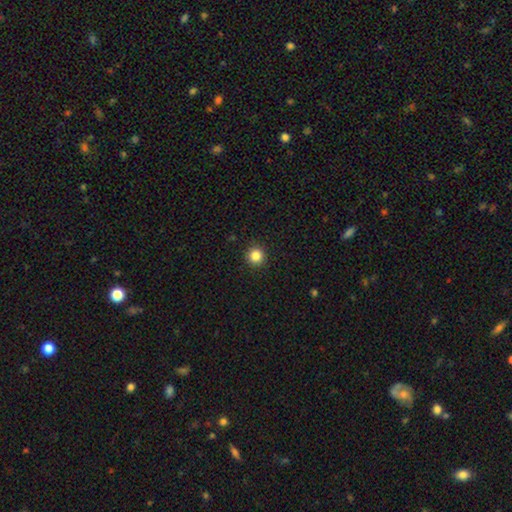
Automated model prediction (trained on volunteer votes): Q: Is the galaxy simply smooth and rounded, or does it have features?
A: smooth — 85%.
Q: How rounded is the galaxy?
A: round — 95%.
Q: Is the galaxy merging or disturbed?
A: none — 93%.